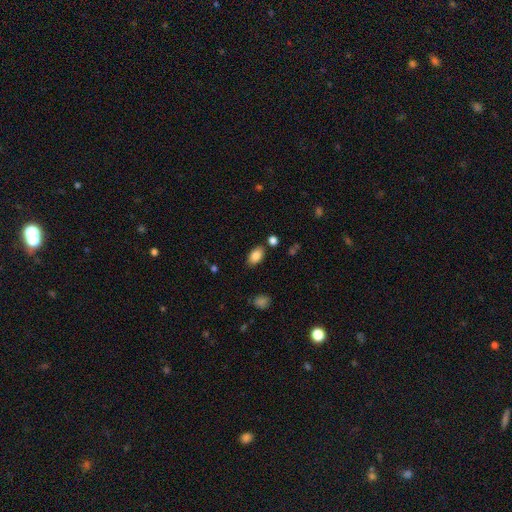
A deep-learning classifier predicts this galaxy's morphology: Smooth or featured? smooth (86%)
How rounded? in between (91%)
Merging? none (82%)